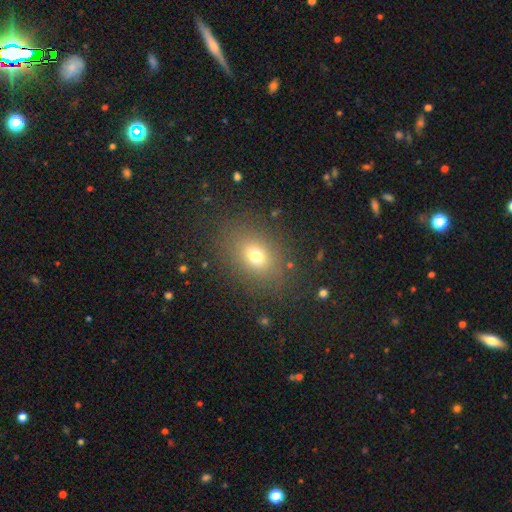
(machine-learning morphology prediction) Smooth or featured?
  - smooth: 71% *
  - star or artifact: 16%
  - featured or disk: 13%
How rounded?
  - in between: 66% *
  - round: 32%
  - cigar-shaped: 2%
Merging?
  - none: 83% *
  - minor disturbance: 10%
  - major disturbance: 5%
  - merger: 1%